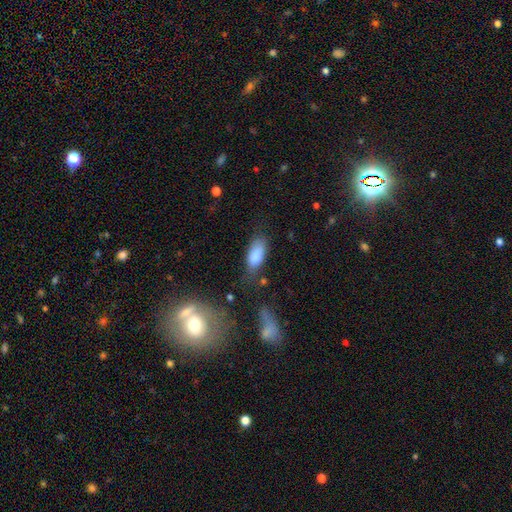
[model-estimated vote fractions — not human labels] This appears to be a smooth galaxy with no disk features (86%) that is in between round and cigar-shaped (87%). Merging: none (60%).